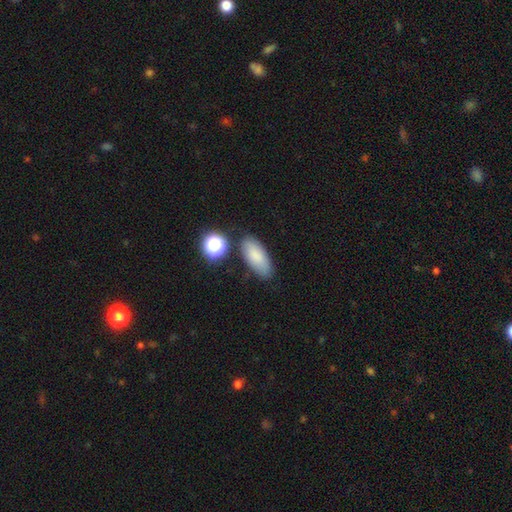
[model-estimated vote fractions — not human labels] Overall: smooth (82%). How rounded: in between (86%). Merging: none (78%).